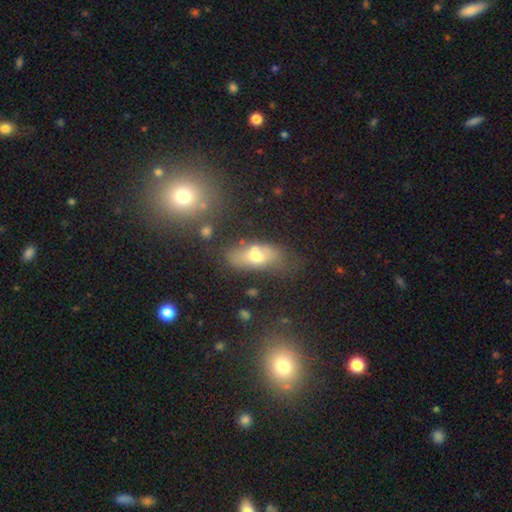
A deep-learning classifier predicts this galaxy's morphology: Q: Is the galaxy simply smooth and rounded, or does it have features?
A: smooth — 59%.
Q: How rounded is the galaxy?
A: in between — 79%.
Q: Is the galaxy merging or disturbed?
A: none — 48%.